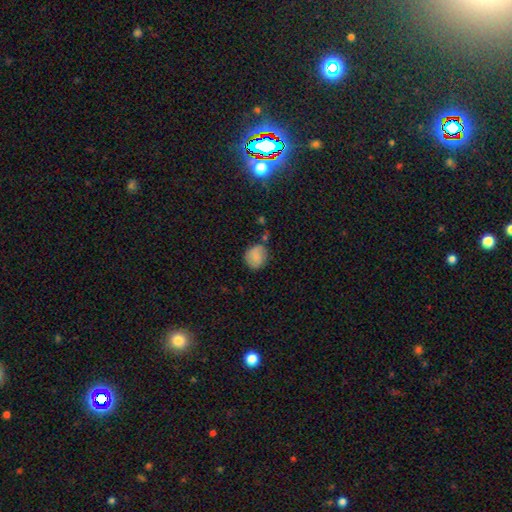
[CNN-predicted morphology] Smooth or featured: smooth — 78% (featured or disk — 12%)
How rounded: round — 76% (in between — 23%)
Merging: none — 65% (minor disturbance — 23%)